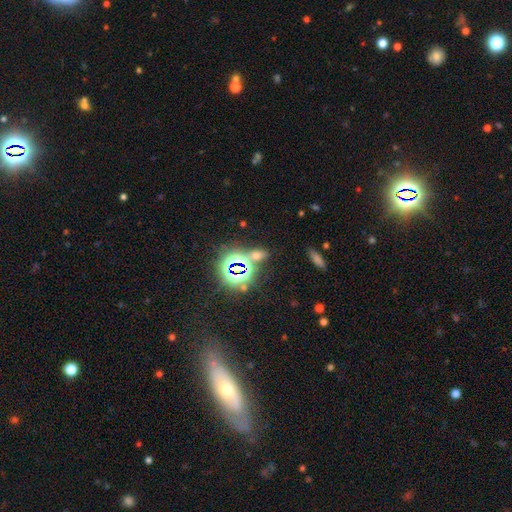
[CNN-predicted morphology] Q: Smooth or featured?
A: star or artifact (51%); runner-up: smooth (40%)